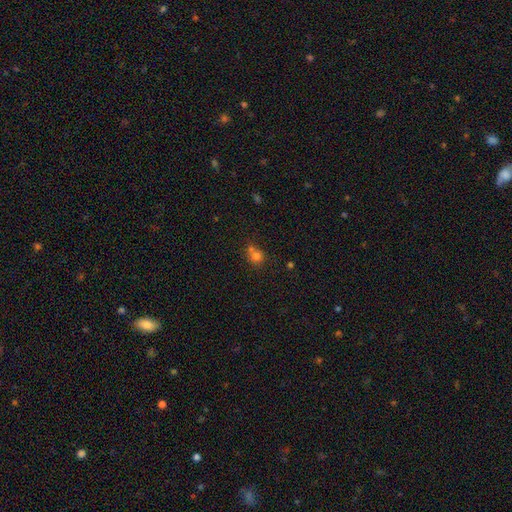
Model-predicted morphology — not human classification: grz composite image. It shows a smooth galaxy with no disk features (75%) that is round (82%). Merging: none (48%).